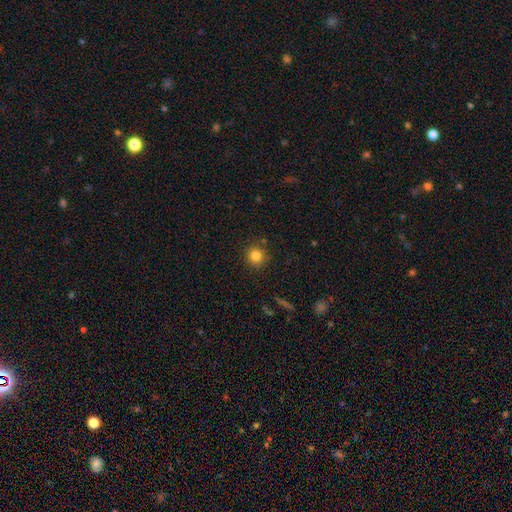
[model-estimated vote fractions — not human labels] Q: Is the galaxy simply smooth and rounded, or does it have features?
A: smooth — 82%.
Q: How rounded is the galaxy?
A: round — 93%.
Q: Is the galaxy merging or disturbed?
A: none — 86%.